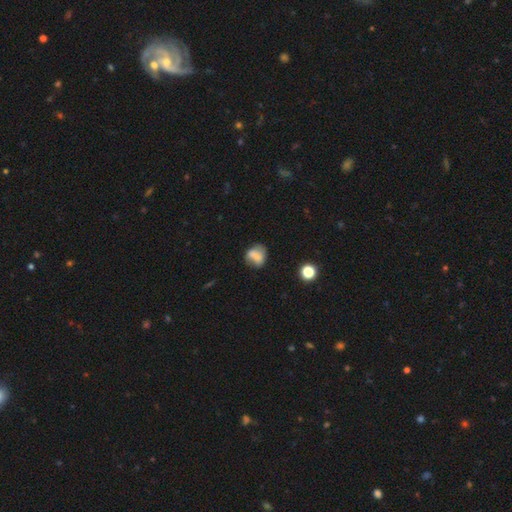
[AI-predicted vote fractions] The model was most divided on "merging": none: 47%, minor disturbance: 27%, merger: 14%, major disturbance: 13%. More confident: smooth or featured — smooth (63%); how rounded — round (59%).